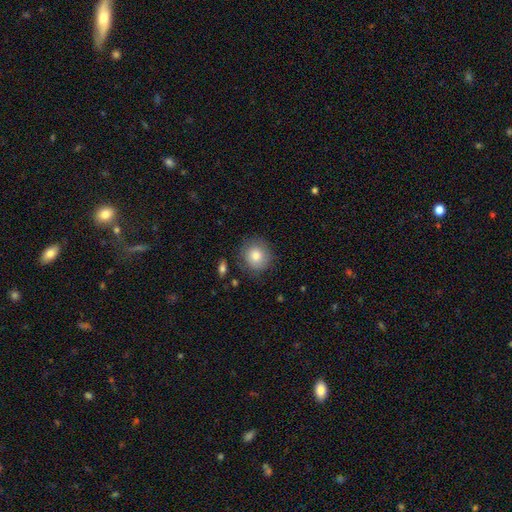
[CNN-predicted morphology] Smooth or featured: smooth — 81% (featured or disk — 11%)
How rounded: round — 89% (in between — 11%)
Merging: none — 81% (minor disturbance — 13%)